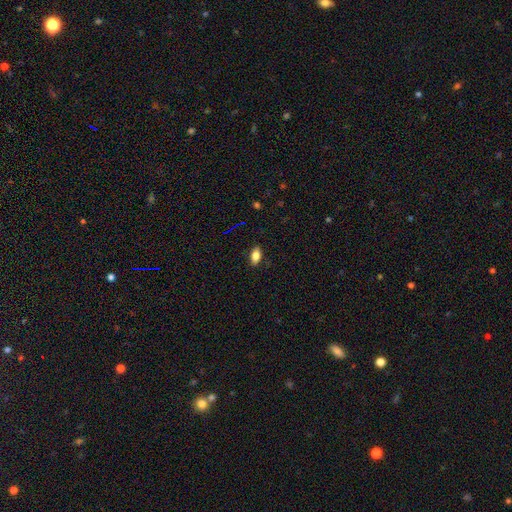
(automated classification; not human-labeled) The model was most divided on "smooth or featured": smooth: 79%, featured or disk: 12%, star or artifact: 9%. More confident: how rounded — in between (88%); merging — none (88%).